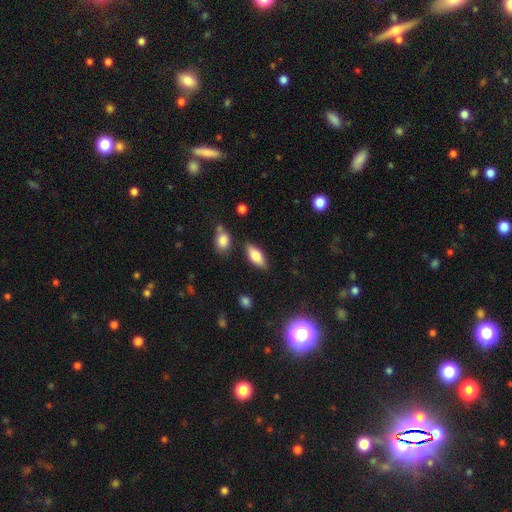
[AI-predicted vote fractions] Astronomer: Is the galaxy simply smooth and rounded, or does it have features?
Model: smooth — 75%.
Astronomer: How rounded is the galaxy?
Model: in between — 83%.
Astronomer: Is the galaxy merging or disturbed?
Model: none — 82%.